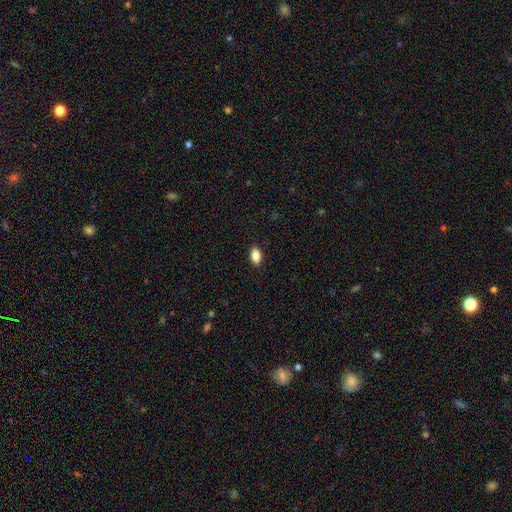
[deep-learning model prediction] smooth 87%, star or artifact 7%, featured or disk 5%. Down the decision tree: how rounded — in between (91%); merging — none (89%).